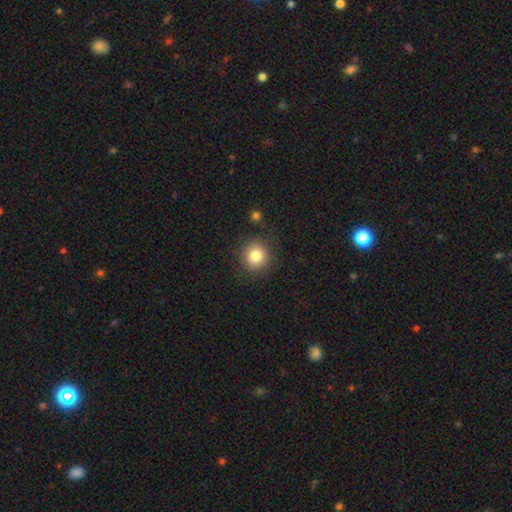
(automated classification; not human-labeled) Smooth or featured?
  - smooth: 82% *
  - star or artifact: 11%
  - featured or disk: 7%
How rounded?
  - round: 90% *
  - in between: 9%
  - cigar-shaped: 1%
Merging?
  - none: 87% *
  - minor disturbance: 8%
  - major disturbance: 3%
  - merger: 2%